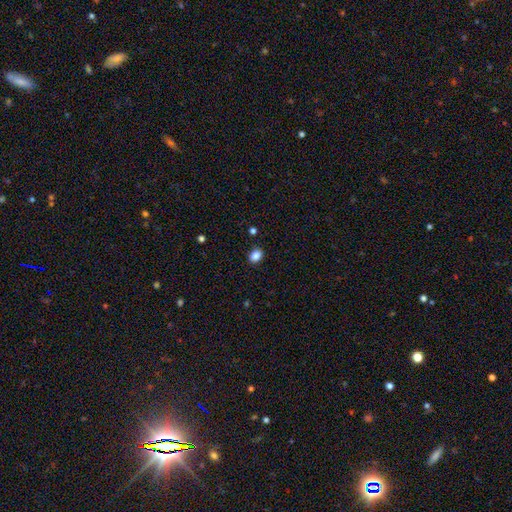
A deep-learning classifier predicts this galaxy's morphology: A smooth galaxy with no disk features (86%) that is in between round and cigar-shaped (62%). Merging: none (89%).